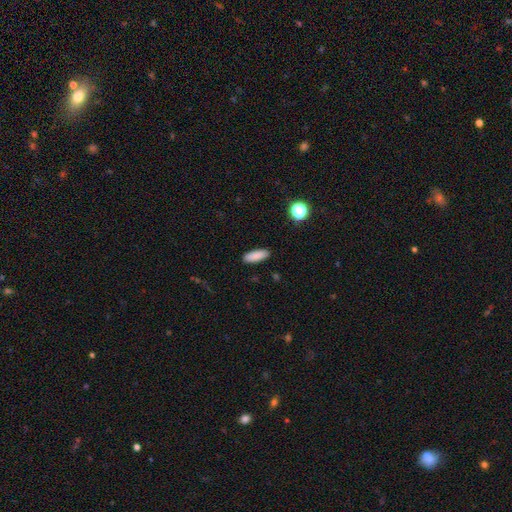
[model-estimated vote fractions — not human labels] A smooth galaxy with no disk features (88%) that is in between round and cigar-shaped (65%). Merging: none (89%).